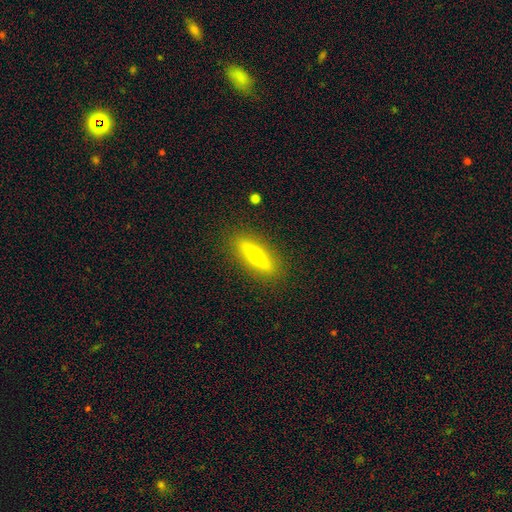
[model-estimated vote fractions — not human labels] This appears to be a featured or disk galaxy (52%) viewed edge-on (89%). Merging: none (89%).